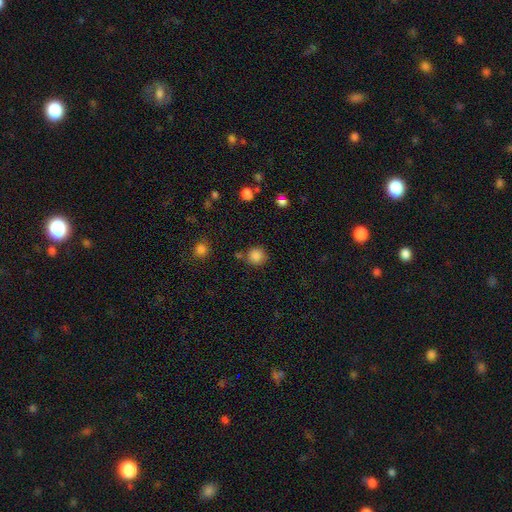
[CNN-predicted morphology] type=smooth (85%); roundness=round (92%); merging=none (80%).